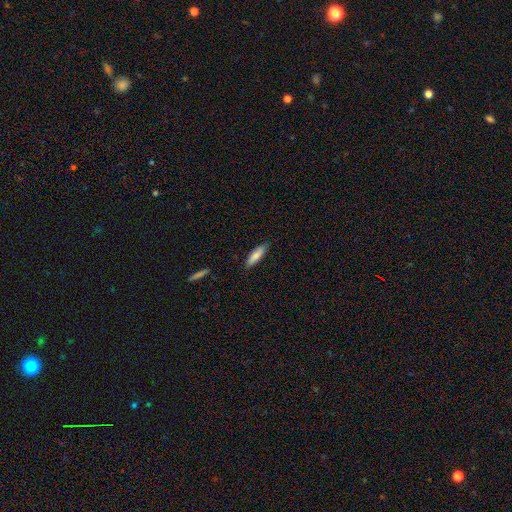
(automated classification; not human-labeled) smooth_or_featured: smooth (p=0.83) [alt: featured or disk p=0.11]
how_rounded: cigar-shaped (p=0.61) [alt: in between p=0.38]
merging: none (p=0.86) [alt: minor disturbance p=0.11]